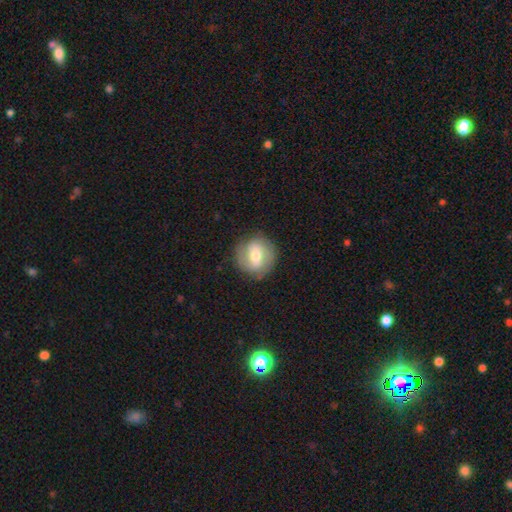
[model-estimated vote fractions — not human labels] The model was most divided on "smooth or featured": featured or disk: 56%, smooth: 37%, star or artifact: 7%. Remaining: edge-on disk — no (96%); merging — none (81%); spiral arms — yes (76%); bulge size — moderate (68%); bar — weak (49%).